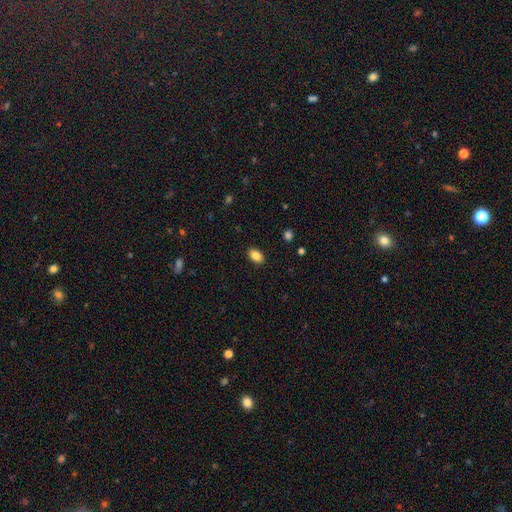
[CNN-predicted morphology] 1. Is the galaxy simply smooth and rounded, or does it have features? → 87% smooth, 8% star or artifact, 5% featured or disk.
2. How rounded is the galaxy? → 89% in between, 9% round, 2% cigar-shaped.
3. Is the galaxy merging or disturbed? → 89% none, 8% minor disturbance, 2% major disturbance, 1% merger.